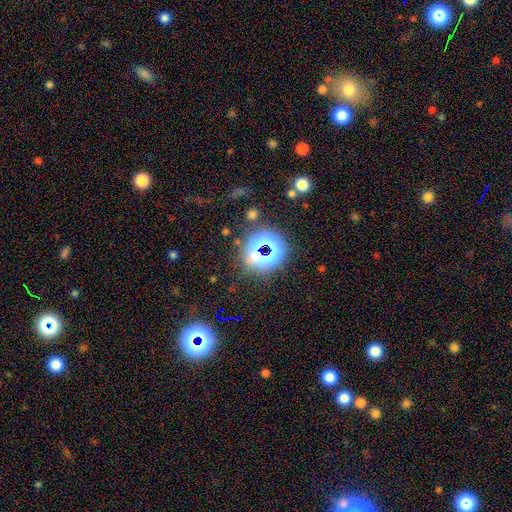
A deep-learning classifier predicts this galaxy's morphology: This is likely a star or artifact rather than a galaxy (63%).